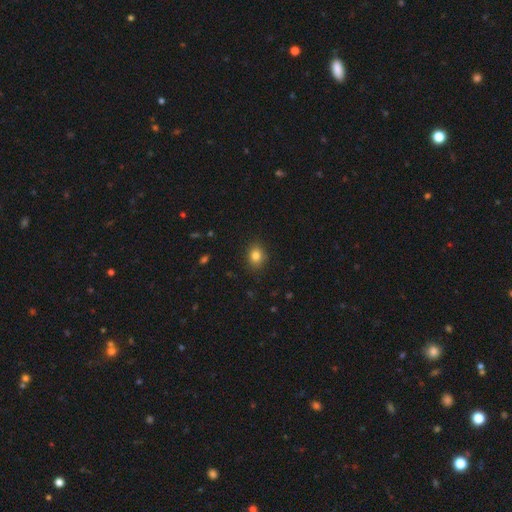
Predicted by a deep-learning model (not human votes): This appears to be a smooth galaxy with no disk features (82%) that is round (58%). Merging: none (87%).